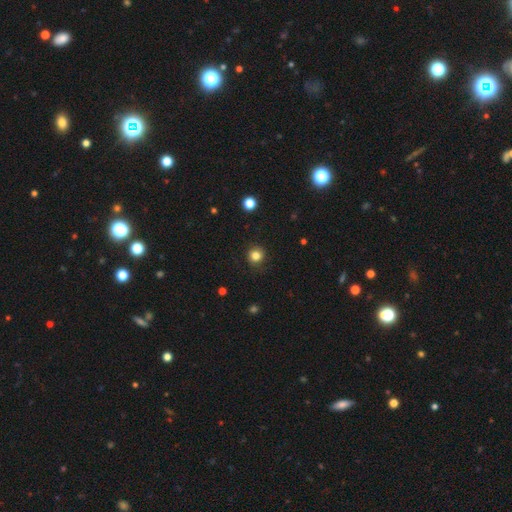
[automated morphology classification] smooth_or_featured: smooth (p=0.83) [alt: star or artifact p=0.12]
how_rounded: round (p=0.93) [alt: in between p=0.06]
merging: none (p=0.90) [alt: minor disturbance p=0.07]